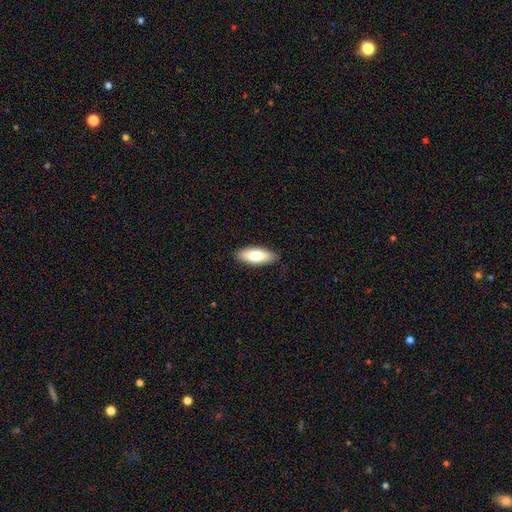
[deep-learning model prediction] Smooth or featured?
  - smooth: 76% *
  - featured or disk: 17%
  - star or artifact: 6%
How rounded?
  - in between: 79% *
  - cigar-shaped: 19%
  - round: 2%
Merging?
  - none: 88% *
  - minor disturbance: 10%
  - major disturbance: 2%
  - merger: 1%